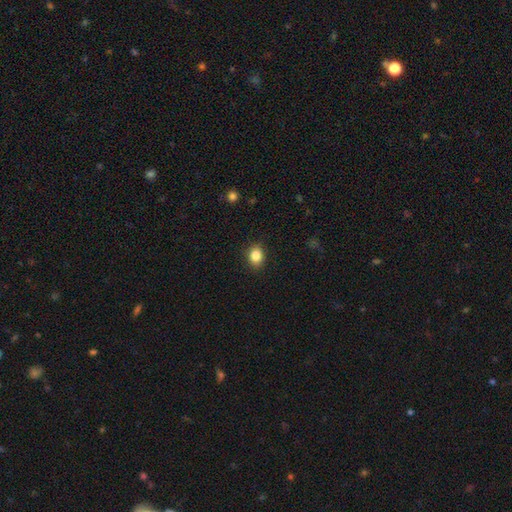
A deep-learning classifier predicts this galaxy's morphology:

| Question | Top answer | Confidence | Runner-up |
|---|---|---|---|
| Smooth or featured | smooth | 85% | star or artifact (10%) |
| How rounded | round | 52% | in between (47%) |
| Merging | none | 89% | minor disturbance (8%) |